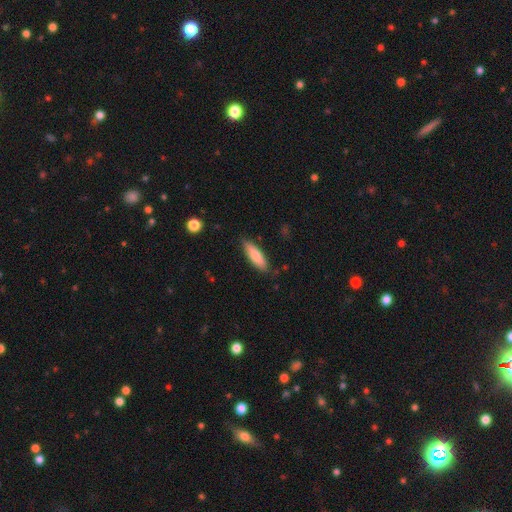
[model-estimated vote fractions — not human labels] Smooth or featured?
  - smooth: 79% *
  - featured or disk: 15%
  - star or artifact: 6%
How rounded?
  - cigar-shaped: 53% *
  - in between: 45%
  - round: 2%
Merging?
  - none: 81% *
  - minor disturbance: 14%
  - major disturbance: 3%
  - merger: 2%